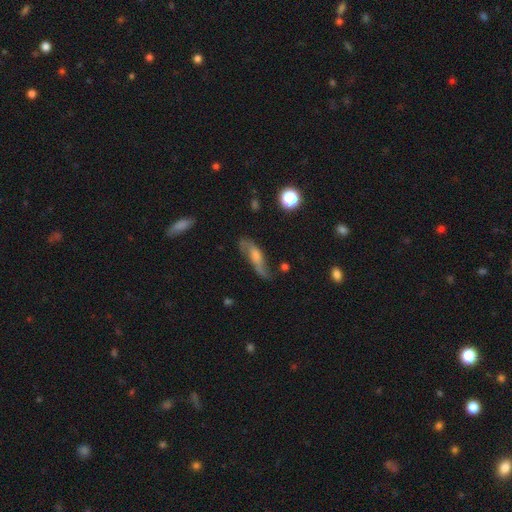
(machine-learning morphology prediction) smooth-or-featured: featured or disk: 62% | smooth: 28% | star or artifact: 10%
  disk-edge-on: no: 72% | yes: 28%
  merging: none: 60% | minor disturbance: 24% | major disturbance: 12% | merger: 3%